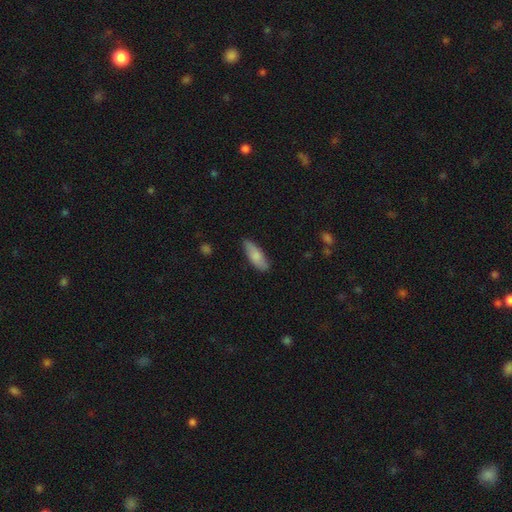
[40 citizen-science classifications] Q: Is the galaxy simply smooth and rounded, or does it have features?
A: smooth — 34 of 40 (85%).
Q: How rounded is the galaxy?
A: in between — 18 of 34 (53%).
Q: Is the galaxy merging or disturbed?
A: none — 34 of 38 (89%).